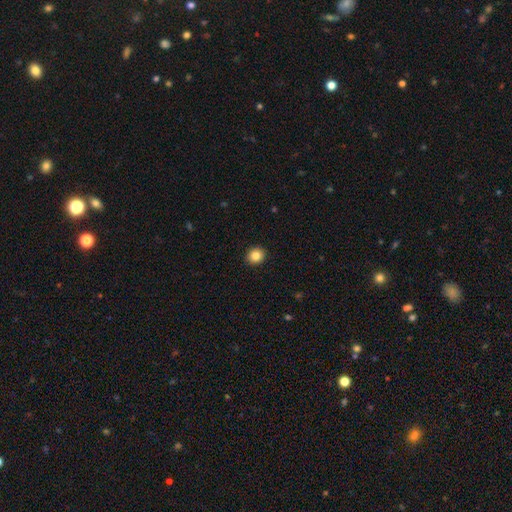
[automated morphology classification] smooth_or_featured: smooth (p=0.85) [alt: star or artifact p=0.10]
how_rounded: round (p=0.82) [alt: in between p=0.17]
merging: none (p=0.92) [alt: minor disturbance p=0.05]